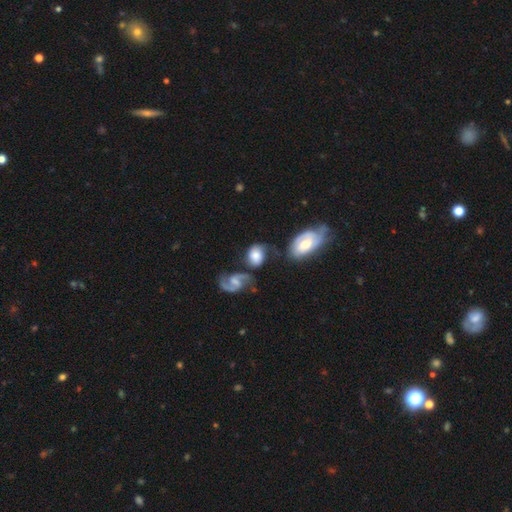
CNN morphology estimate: A smooth galaxy with no disk features (57%) that is in between round and cigar-shaped (53%). Merging: none (46%).